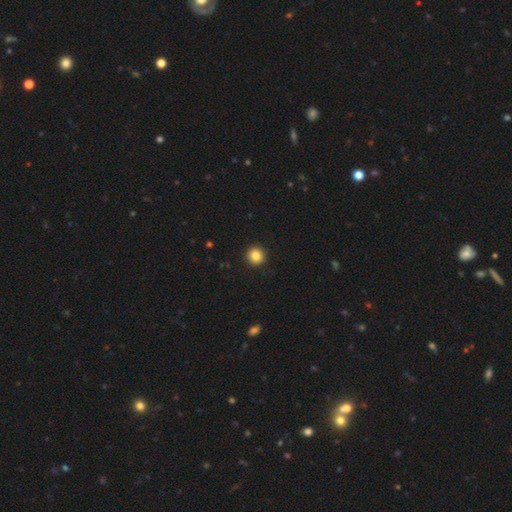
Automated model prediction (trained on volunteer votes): A smooth galaxy with no disk features (85%) that is round (95%). Merging: none (93%).